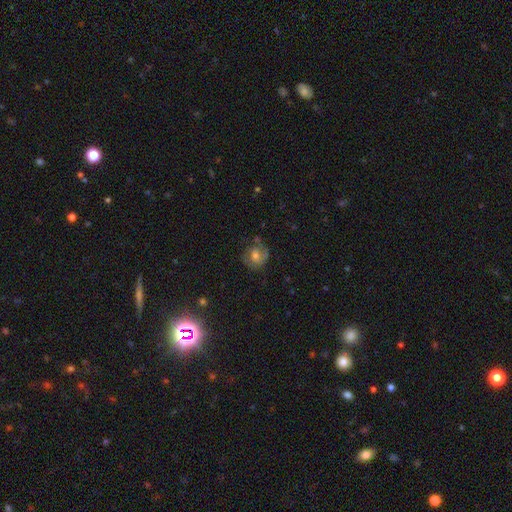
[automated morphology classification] type=featured or disk (46%); merging=none (63%).